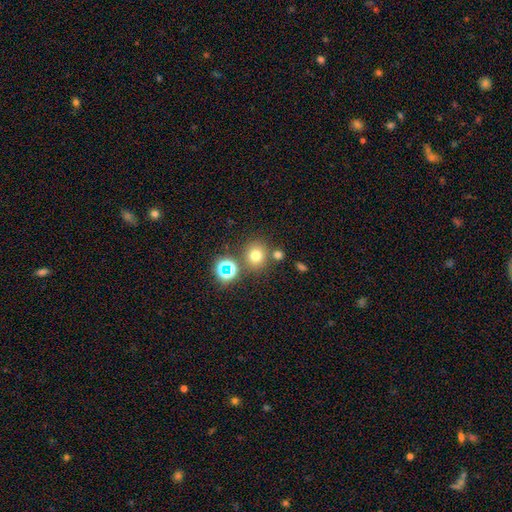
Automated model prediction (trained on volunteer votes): Smooth or featured? smooth (70%)
How rounded? round (87%)
Merging? none (76%)